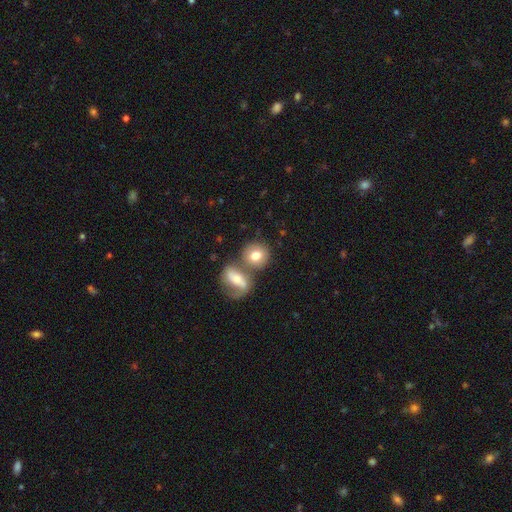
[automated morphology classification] The model was most divided on "merging": none: 46%, merger: 41%, minor disturbance: 9%, major disturbance: 4%. More confident: how rounded — round (79%); smooth or featured — smooth (72%).